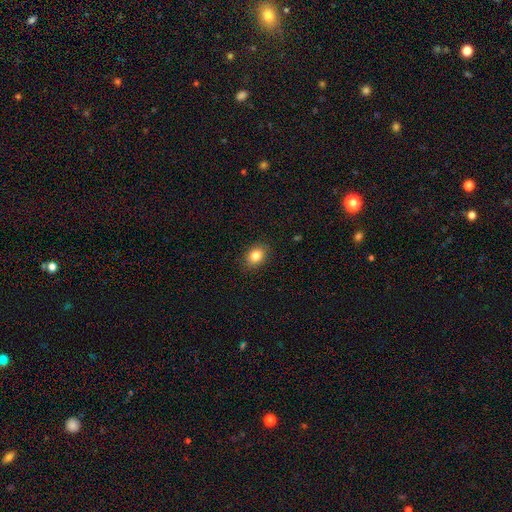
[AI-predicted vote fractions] Smooth or featured: smooth — 83% (star or artifact — 10%)
How rounded: in between — 64% (round — 35%)
Merging: none — 88% (minor disturbance — 9%)